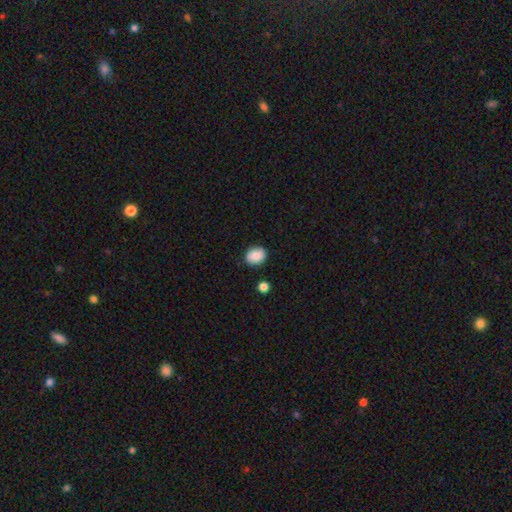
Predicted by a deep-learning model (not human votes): smooth_or_featured: smooth (p=0.86) [alt: star or artifact p=0.08]
how_rounded: round (p=0.59) [alt: in between p=0.40]
merging: none (p=0.83) [alt: minor disturbance p=0.12]